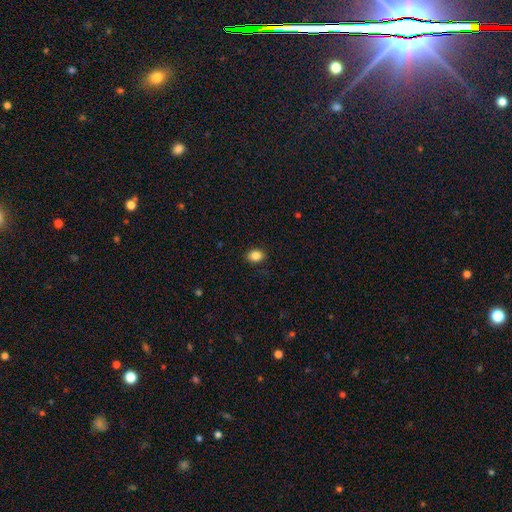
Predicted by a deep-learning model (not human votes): Morphology: type=smooth (86%); roundness=in between (61%); merging=none (88%).